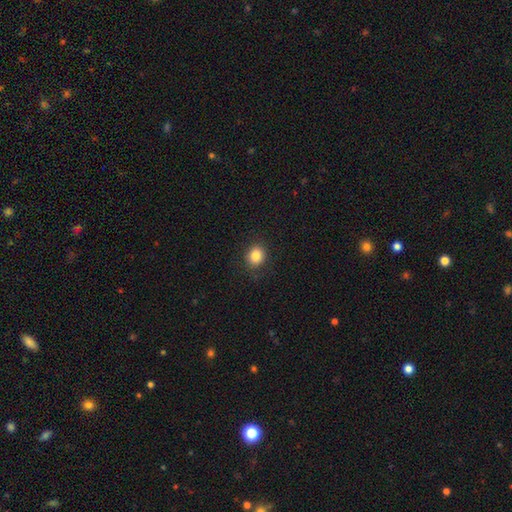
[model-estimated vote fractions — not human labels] Smooth or featured? Predicted: smooth (p=0.85). How rounded? Predicted: round (p=0.73). Merging? Predicted: none (p=0.88).